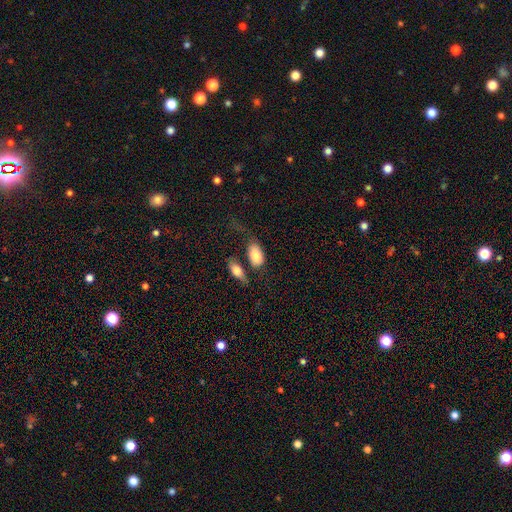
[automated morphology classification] Overall: smooth (80%). How rounded: in between (93%). Merging: none (40%; merger 28%).